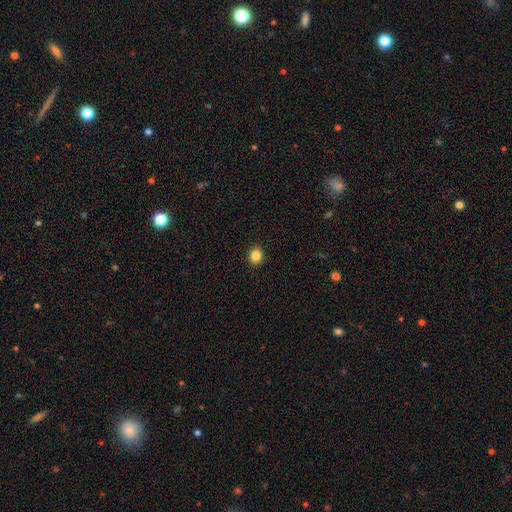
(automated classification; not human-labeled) A smooth galaxy with no disk features (85%) that is round (71%). Merging: none (92%).